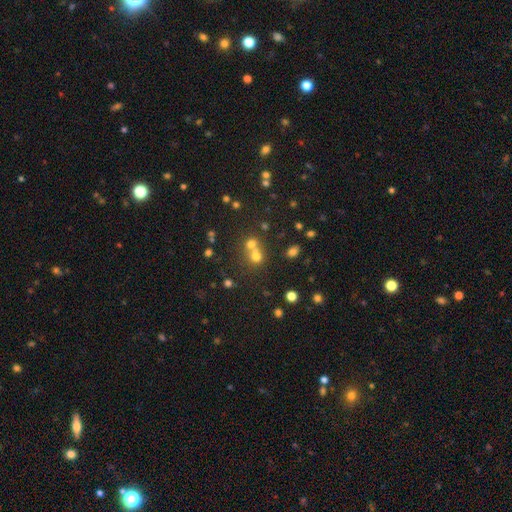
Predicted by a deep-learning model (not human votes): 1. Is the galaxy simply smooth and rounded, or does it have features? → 61% smooth, 24% star or artifact, 15% featured or disk.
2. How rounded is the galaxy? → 81% round, 18% in between, 1% cigar-shaped.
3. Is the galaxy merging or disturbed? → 50% merger, 41% none, 6% minor disturbance, 3% major disturbance.